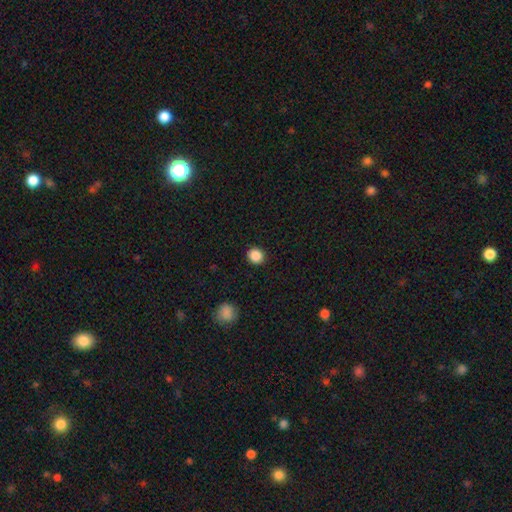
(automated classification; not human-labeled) This appears to be a smooth galaxy with no disk features (87%) that is round (88%). Merging: none (92%).